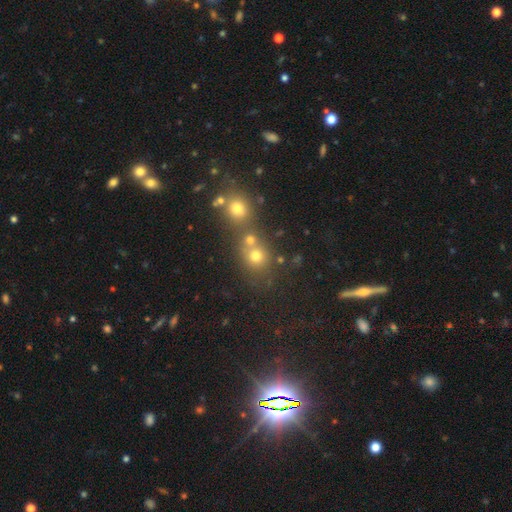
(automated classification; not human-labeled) smooth-or-featured: smooth: 67% | star or artifact: 22% | featured or disk: 11%
  how-rounded: round: 81% | in between: 18% | cigar-shaped: 1%
  merging: none: 50% | merger: 39% | minor disturbance: 7% | major disturbance: 4%